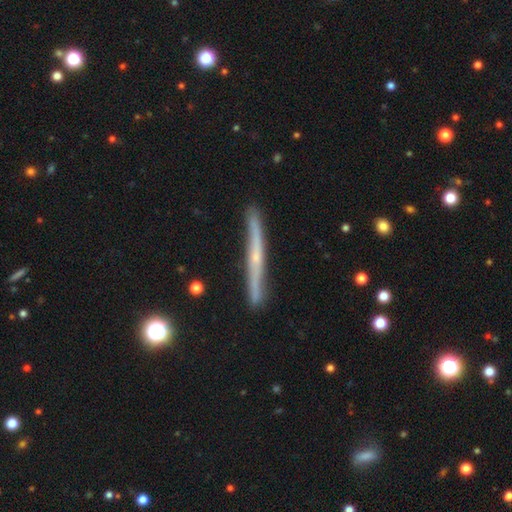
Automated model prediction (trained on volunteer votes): Overall: featured or disk (73%). Edge-on disk: yes (95%). Edge-on bulge: rounded (50%; none 45%). Merging: none (85%).